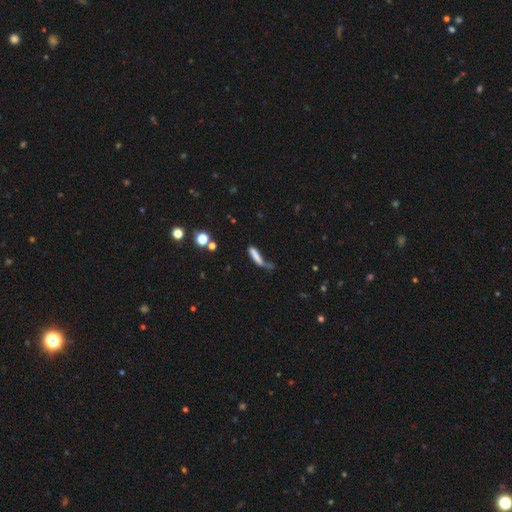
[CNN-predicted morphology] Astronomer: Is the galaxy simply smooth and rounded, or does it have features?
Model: smooth — 67%.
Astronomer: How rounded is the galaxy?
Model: cigar-shaped — 75%.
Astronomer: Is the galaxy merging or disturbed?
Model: none — 32% (runner-up: major disturbance, 30%).